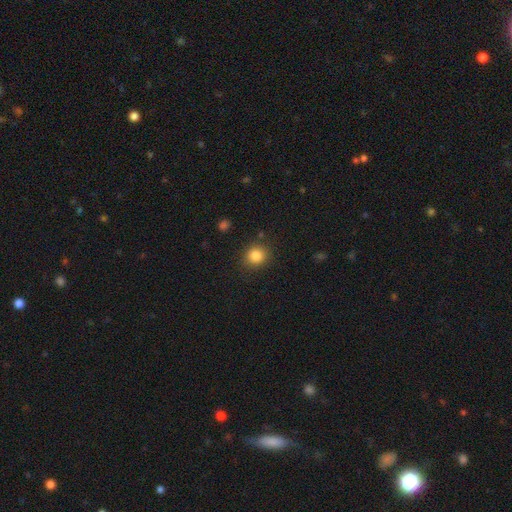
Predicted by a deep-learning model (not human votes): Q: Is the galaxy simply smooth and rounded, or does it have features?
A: smooth — 85%.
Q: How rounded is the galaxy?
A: round — 83%.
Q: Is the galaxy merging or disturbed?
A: none — 87%.